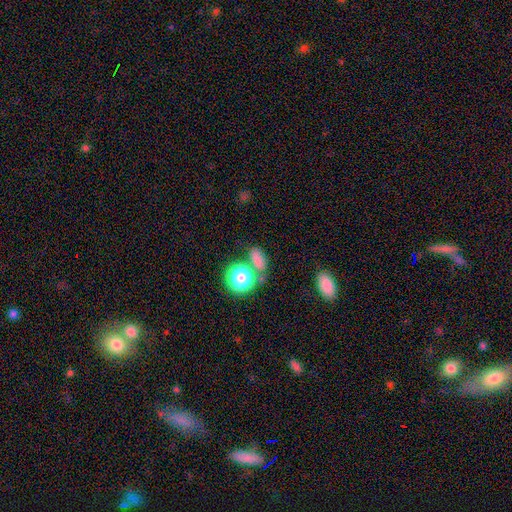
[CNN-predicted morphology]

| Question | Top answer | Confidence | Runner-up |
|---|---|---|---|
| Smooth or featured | smooth | 74% | star or artifact (20%) |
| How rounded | in between | 66% | round (29%) |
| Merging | none | 65% | merger (19%) |